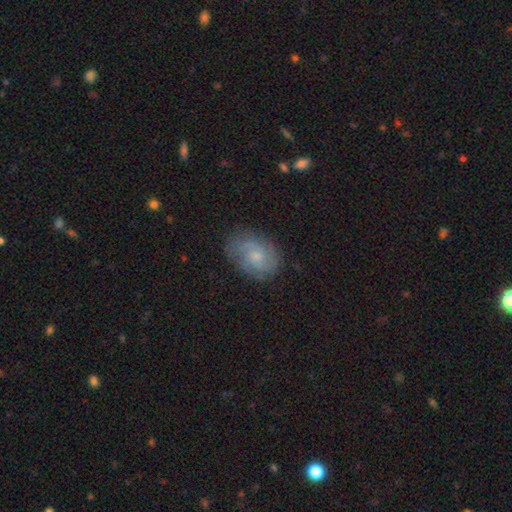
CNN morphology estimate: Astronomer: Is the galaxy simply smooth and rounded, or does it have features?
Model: featured or disk — 53% (runner-up: smooth, 38%).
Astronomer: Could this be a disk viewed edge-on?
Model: no — 97%.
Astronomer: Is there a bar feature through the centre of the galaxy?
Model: no — 72%.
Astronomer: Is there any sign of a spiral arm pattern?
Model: yes — 85%.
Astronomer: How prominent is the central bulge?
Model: small — 57% (runner-up: moderate, 33%).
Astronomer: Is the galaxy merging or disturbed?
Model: none — 75%.